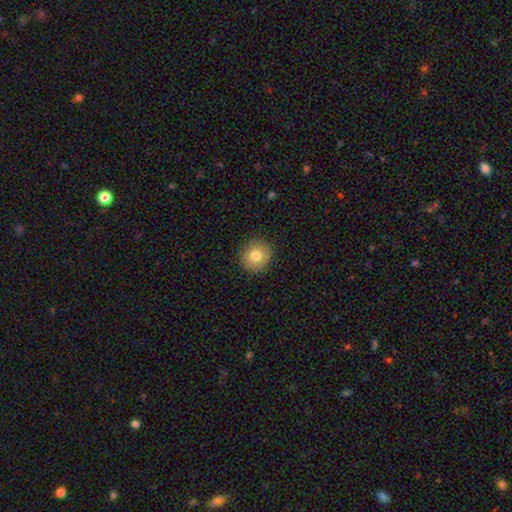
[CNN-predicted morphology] smooth_or_featured: smooth (p=0.78) [alt: featured or disk p=0.12]
how_rounded: round (p=0.93) [alt: in between p=0.06]
merging: none (p=0.91) [alt: minor disturbance p=0.06]